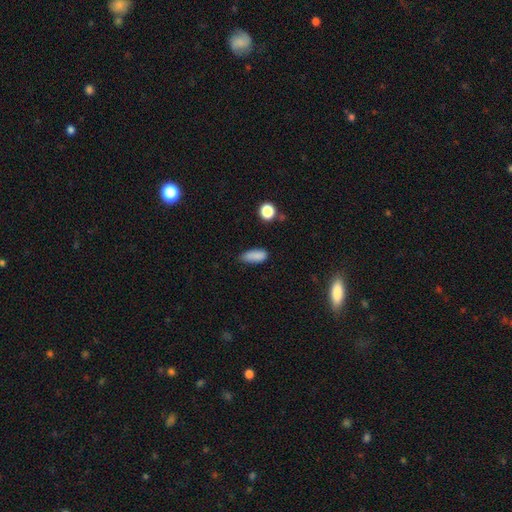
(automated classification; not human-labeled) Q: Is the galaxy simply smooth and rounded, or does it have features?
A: smooth — 85%.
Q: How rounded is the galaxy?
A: in between — 79%.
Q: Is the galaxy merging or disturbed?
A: none — 68%.